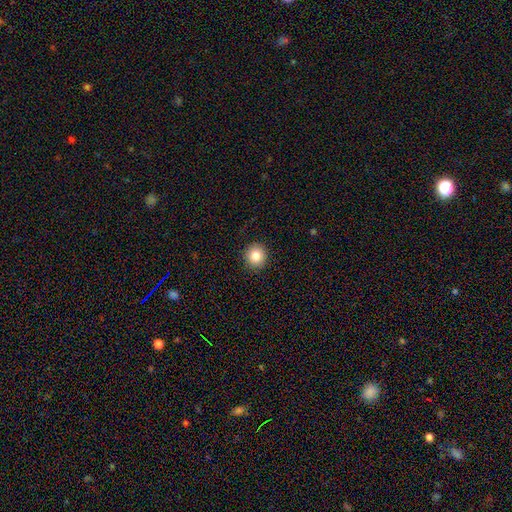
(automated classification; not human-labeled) Smooth or featured? Predicted: smooth (p=0.84). How rounded? Predicted: round (p=0.91). Merging? Predicted: none (p=0.92).